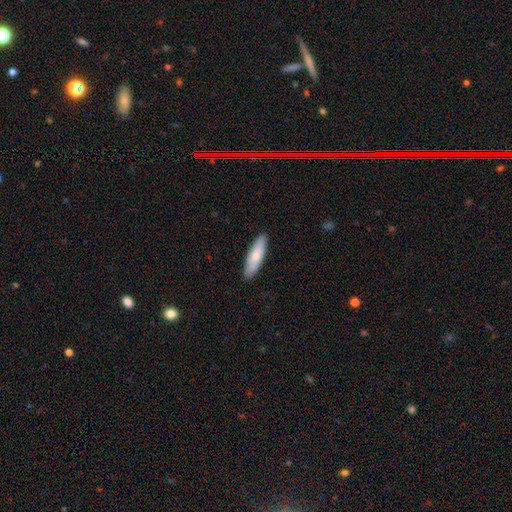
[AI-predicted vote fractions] This appears to be a smooth galaxy with no disk features (75%) that is cigar-shaped (64%). Merging: none (90%).